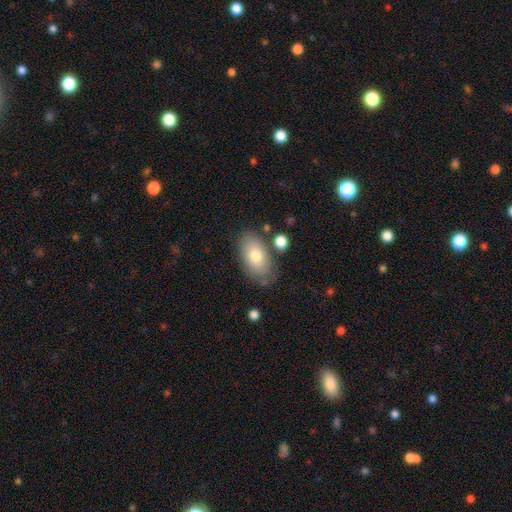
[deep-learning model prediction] smooth-or-featured: smooth: 74% | featured or disk: 19% | star or artifact: 7%
  how-rounded: in between: 92% | round: 6% | cigar-shaped: 2%
  merging: none: 72% | minor disturbance: 17% | merger: 6% | major disturbance: 5%